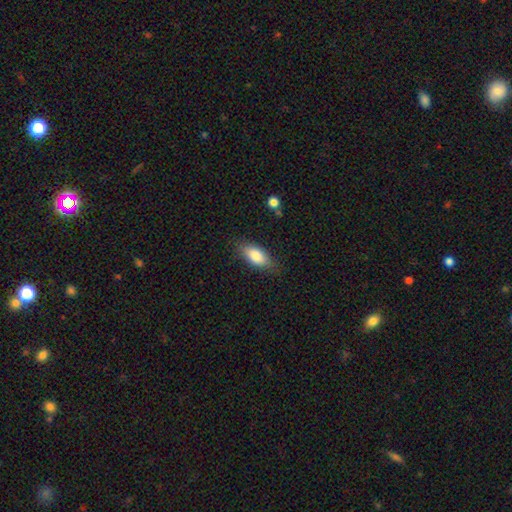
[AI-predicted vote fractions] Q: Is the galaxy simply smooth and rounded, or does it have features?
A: smooth — 83%.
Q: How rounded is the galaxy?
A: in between — 85%.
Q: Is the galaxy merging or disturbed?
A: none — 79%.